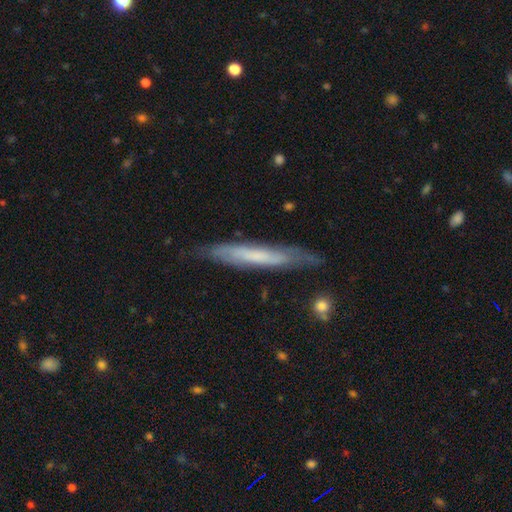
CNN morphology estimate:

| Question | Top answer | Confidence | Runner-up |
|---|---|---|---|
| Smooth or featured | featured or disk | 52% | smooth (41%) |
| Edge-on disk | yes | 72% | no (28%) |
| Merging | none | 72% | minor disturbance (21%) |